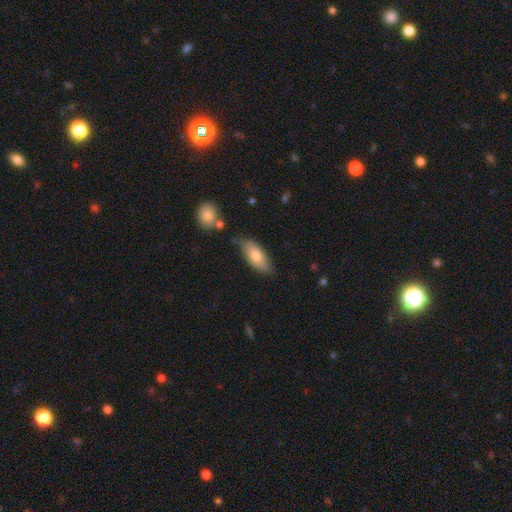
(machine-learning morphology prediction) A smooth galaxy with no disk features (75%) that is in between round and cigar-shaped (83%). Merging: none (78%).